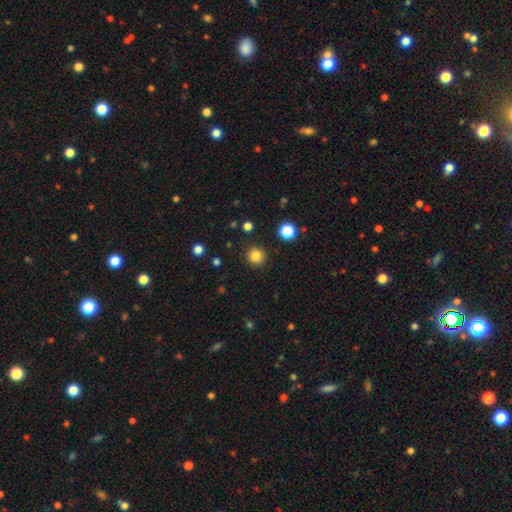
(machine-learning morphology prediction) The model was most divided on "smooth or featured": smooth: 83%, star or artifact: 12%, featured or disk: 4%. More confident: how rounded — round (95%); merging — none (91%).